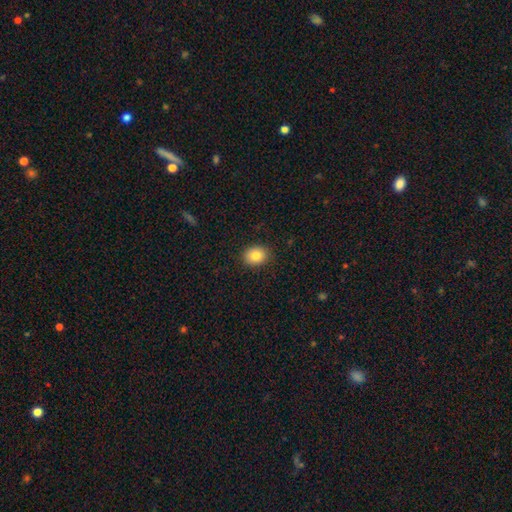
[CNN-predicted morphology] Smooth or featured? Predicted: smooth (p=0.83). How rounded? Predicted: round (p=0.57). Merging? Predicted: none (p=0.89).